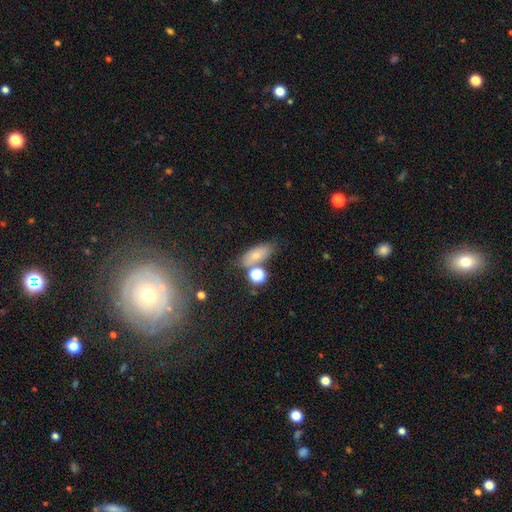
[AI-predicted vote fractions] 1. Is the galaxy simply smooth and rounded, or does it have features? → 69% smooth, 17% featured or disk, 13% star or artifact.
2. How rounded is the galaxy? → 71% in between, 18% cigar-shaped, 11% round.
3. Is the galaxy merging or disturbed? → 65% none, 16% merger, 14% minor disturbance, 5% major disturbance.